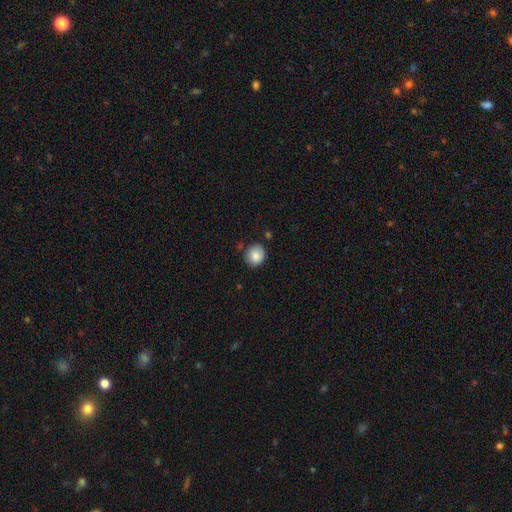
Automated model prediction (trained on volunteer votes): A smooth galaxy with no disk features (85%) that is round (78%).

Vote fractions:
- Smooth or featured? smooth: 85% / star or artifact: 8% / featured or disk: 7%
- How rounded? round: 78% / in between: 21% / cigar-shaped: 1%
- Merging? none: 81% / minor disturbance: 13% / merger: 3% / major disturbance: 3%